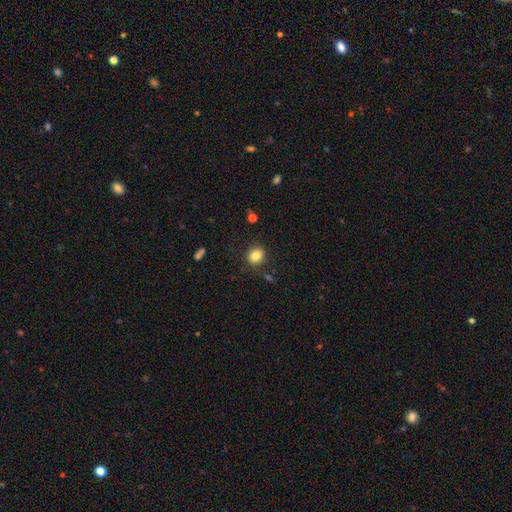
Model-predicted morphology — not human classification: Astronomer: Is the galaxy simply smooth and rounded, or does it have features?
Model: smooth — 83%.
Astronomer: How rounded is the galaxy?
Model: round — 59% (runner-up: in between, 40%).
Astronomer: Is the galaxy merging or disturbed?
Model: none — 86%.